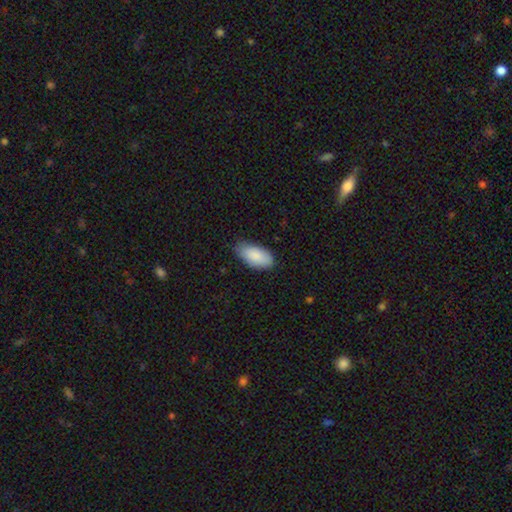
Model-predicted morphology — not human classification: smooth_or_featured: smooth (p=0.89) [alt: star or artifact p=0.06]
how_rounded: in between (p=0.94) [alt: cigar-shaped p=0.04]
merging: none (p=0.74) [alt: minor disturbance p=0.22]